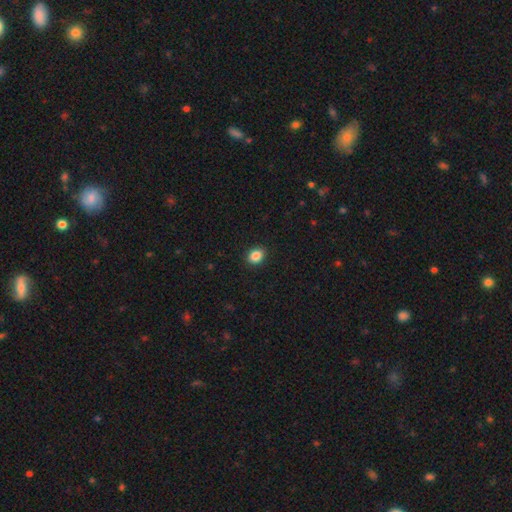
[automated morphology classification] Smooth or featured? smooth (87%)
How rounded? in between (50%)
Merging? none (90%)